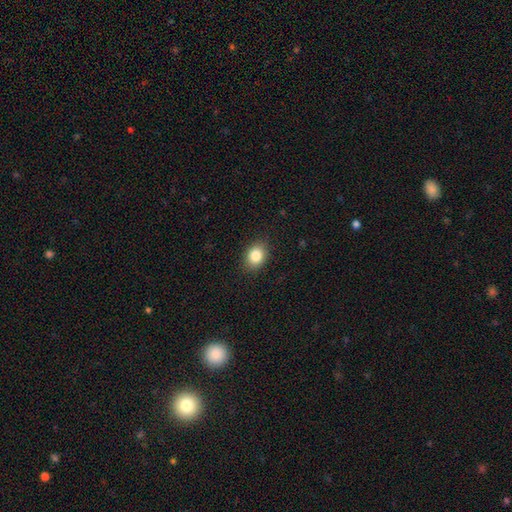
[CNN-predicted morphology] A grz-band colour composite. It shows a smooth galaxy with no disk features (84%) that is in between round and cigar-shaped (62%). Merging: none (88%).